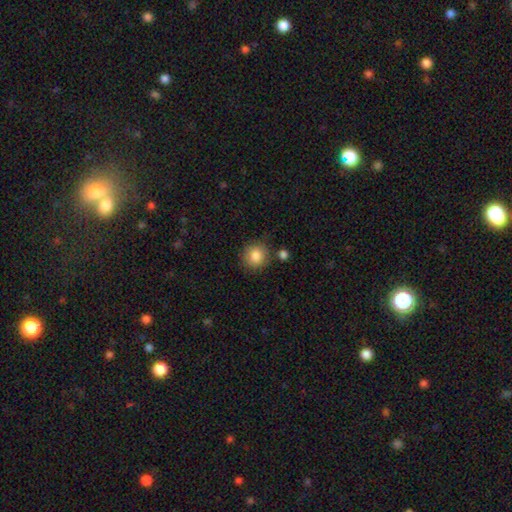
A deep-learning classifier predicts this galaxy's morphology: This is clearly a smooth galaxy (86%). How rounded: clearly round (89%). Merging: clearly none (82%).